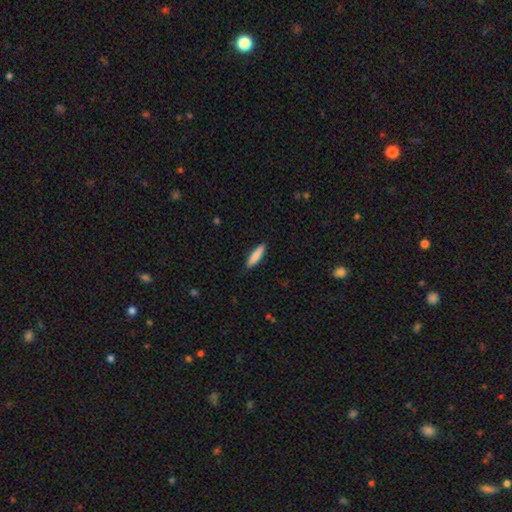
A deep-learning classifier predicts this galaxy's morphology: Smooth or featured? smooth (84%)
How rounded? cigar-shaped (76%)
Merging? none (86%)